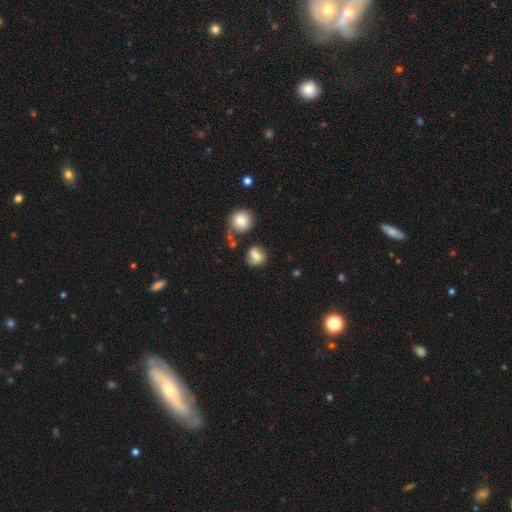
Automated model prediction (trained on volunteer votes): smooth_or_featured: smooth (p=0.59) [alt: featured or disk p=0.31]
how_rounded: round (p=0.72) [alt: in between p=0.26]
merging: none (p=0.63) [alt: minor disturbance p=0.20]